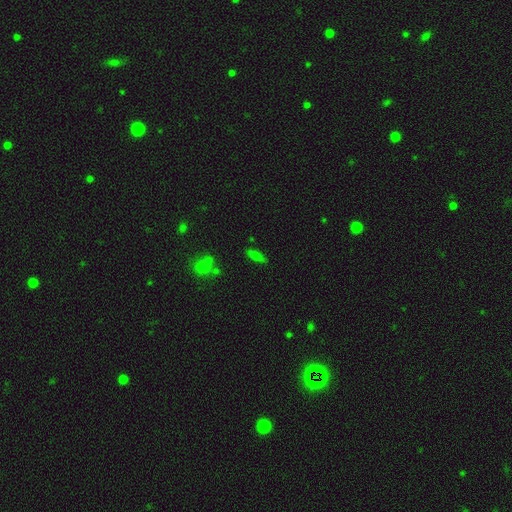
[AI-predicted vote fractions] Smooth or featured? Predicted: smooth (p=0.67). How rounded? Predicted: in between (p=0.56). Merging? Predicted: none (p=0.77).